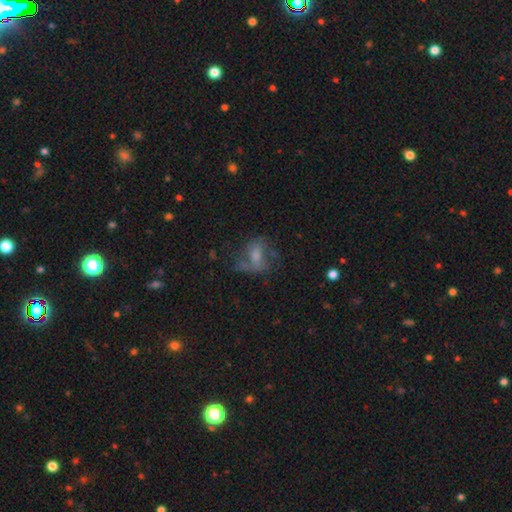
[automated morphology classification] smooth_or_featured: featured or disk (p=0.48) [alt: smooth p=0.32]
merging: none (p=0.48) [alt: major disturbance p=0.28]